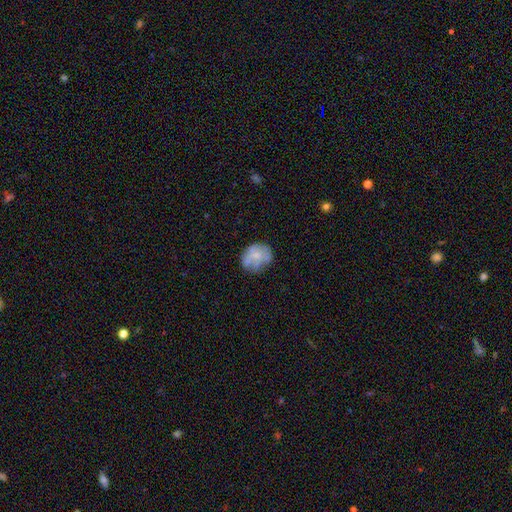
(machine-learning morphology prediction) This appears to be a smooth galaxy with no disk features (55%) that is round (65%). Merging: none (58%).